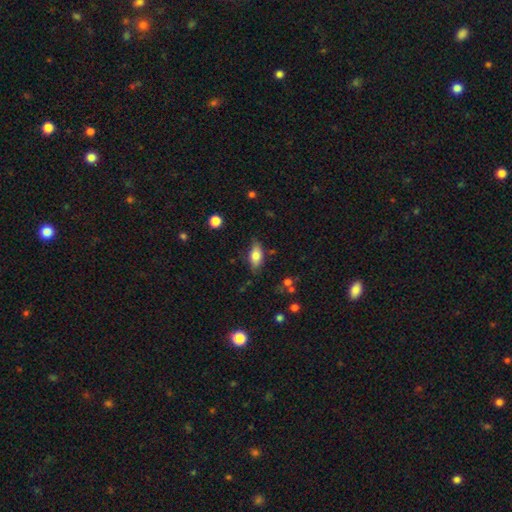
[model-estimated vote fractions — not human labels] This is likely a smooth galaxy (75%). How rounded: clearly in between (86%). Merging: likely none (72%).